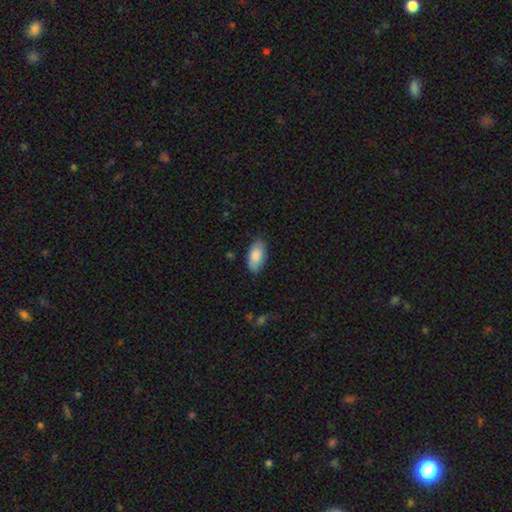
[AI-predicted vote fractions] Smooth or featured: smooth — 84% (featured or disk — 10%)
How rounded: in between — 94% (cigar-shaped — 4%)
Merging: none — 82% (minor disturbance — 14%)